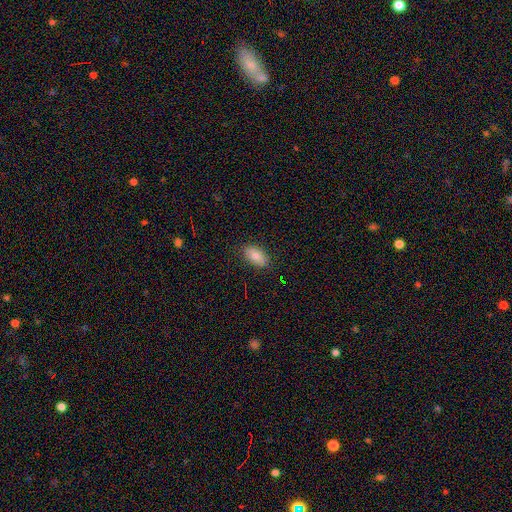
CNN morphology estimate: A smooth galaxy with no disk features (80%) that is in between round and cigar-shaped (92%). Merging: none (85%).